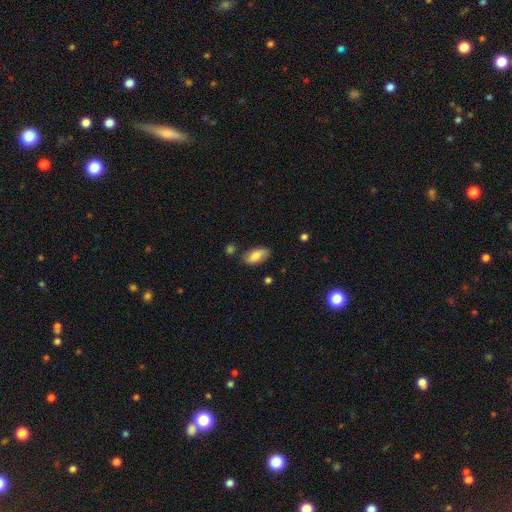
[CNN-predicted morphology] A smooth galaxy with no disk features (81%) that is in between round and cigar-shaped (92%).

Vote fractions:
- Smooth or featured? smooth: 81% / featured or disk: 12% / star or artifact: 7%
- How rounded? in between: 92% / cigar-shaped: 5% / round: 3%
- Merging? none: 78% / minor disturbance: 16% / merger: 3% / major disturbance: 3%